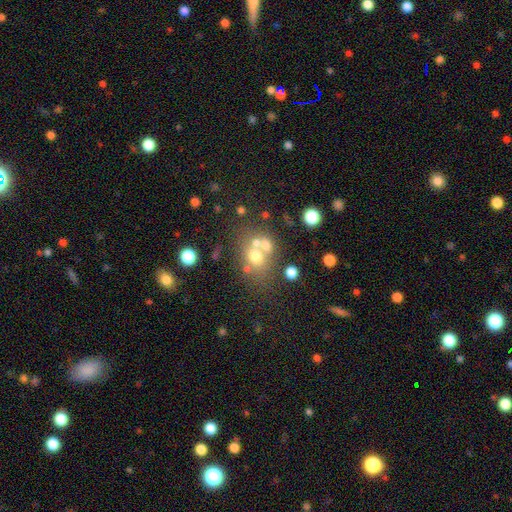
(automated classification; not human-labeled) Morphology: type=smooth (59%); roundness=round (60%); merging=none (42%).